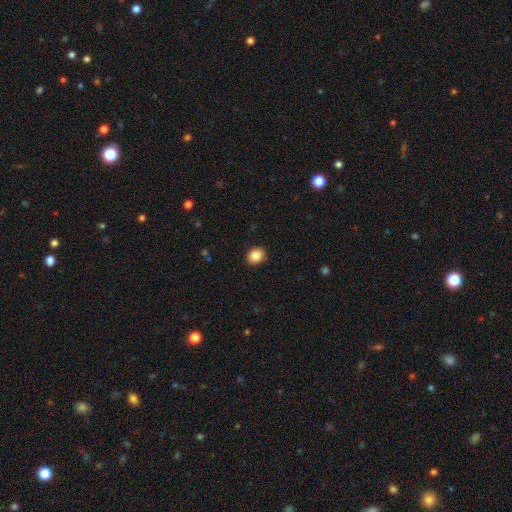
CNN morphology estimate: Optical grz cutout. It shows a smooth galaxy with no disk features (85%) that is round (59%). Merging: none (91%).